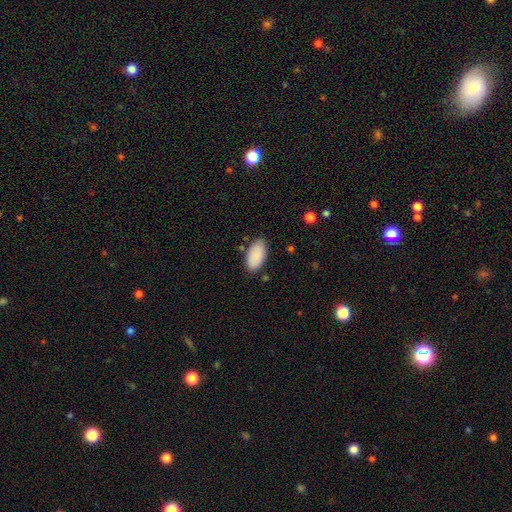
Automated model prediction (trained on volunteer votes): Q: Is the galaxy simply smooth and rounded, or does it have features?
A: smooth — 89%.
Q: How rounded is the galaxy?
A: in between — 95%.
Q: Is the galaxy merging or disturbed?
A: none — 83%.